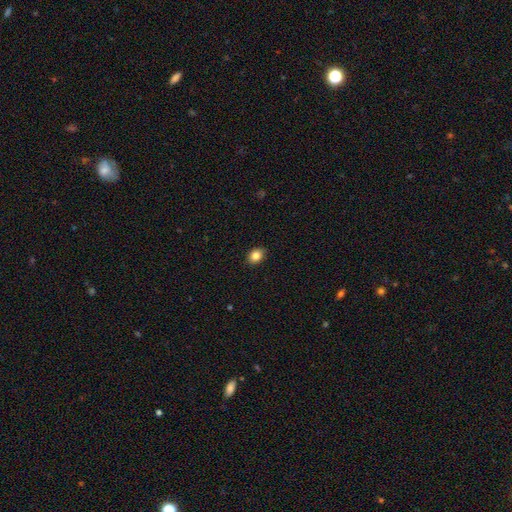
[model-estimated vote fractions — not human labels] The model was most divided on "how rounded": in between: 59%, round: 40%, cigar-shaped: 1%. More confident: merging — none (88%); smooth or featured — smooth (85%).